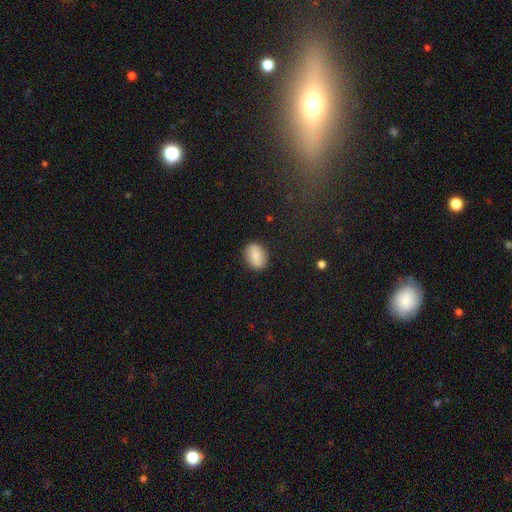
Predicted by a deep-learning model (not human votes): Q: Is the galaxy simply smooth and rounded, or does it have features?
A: smooth — 77%.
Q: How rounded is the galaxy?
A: in between — 64%.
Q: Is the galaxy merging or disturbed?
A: none — 87%.